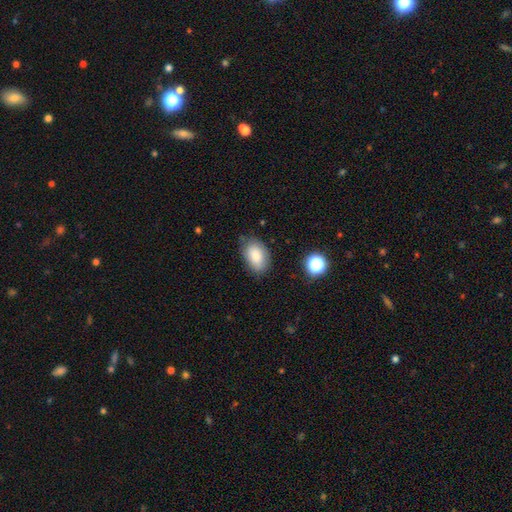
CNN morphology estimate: smooth-or-featured: smooth: 83% | featured or disk: 9% | star or artifact: 8%
  how-rounded: in between: 91% | round: 8% | cigar-shaped: 2%
  merging: none: 75% | minor disturbance: 19% | major disturbance: 4% | merger: 2%